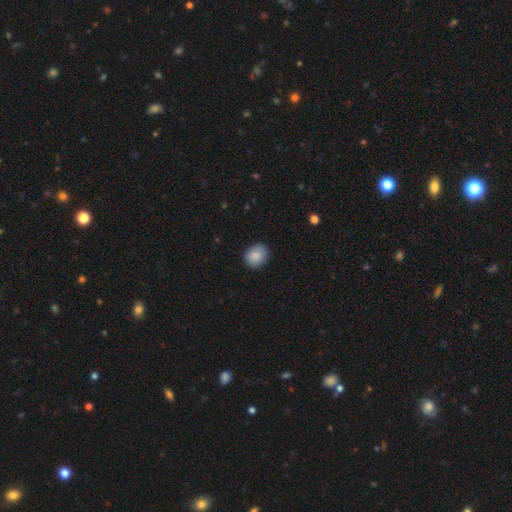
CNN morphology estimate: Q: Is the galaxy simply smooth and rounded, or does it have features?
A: smooth — 88%.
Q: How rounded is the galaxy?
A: round — 57%.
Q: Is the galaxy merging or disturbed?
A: none — 86%.